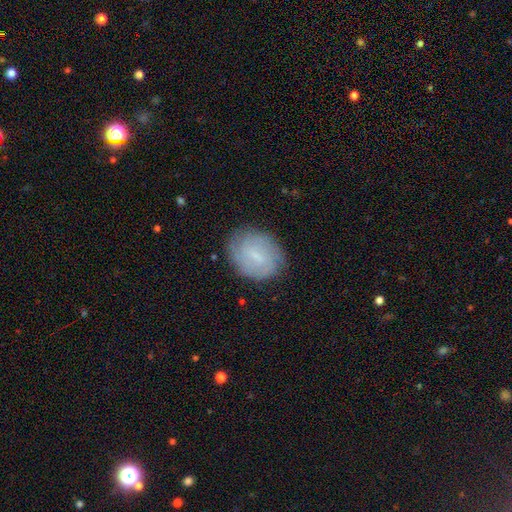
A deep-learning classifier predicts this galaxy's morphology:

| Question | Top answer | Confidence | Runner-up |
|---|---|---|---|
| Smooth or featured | featured or disk | 50% | smooth (42%) |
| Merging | none | 78% | minor disturbance (16%) |